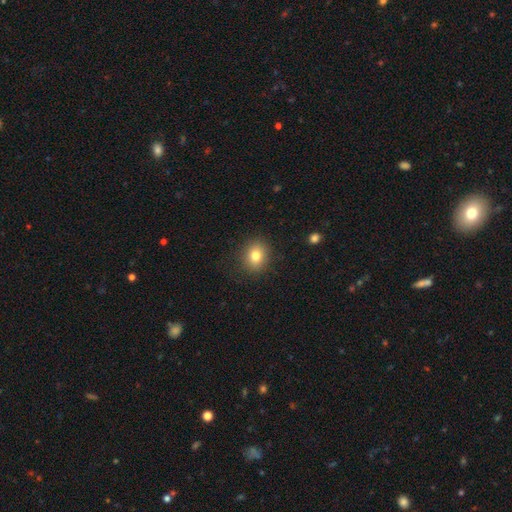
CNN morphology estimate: A smooth galaxy with no disk features (79%) that is round (68%).

Vote fractions:
- Smooth or featured? smooth: 79% / star or artifact: 11% / featured or disk: 9%
- How rounded? round: 68% / in between: 31% / cigar-shaped: 1%
- Merging? none: 88% / minor disturbance: 8% / major disturbance: 3% / merger: 1%